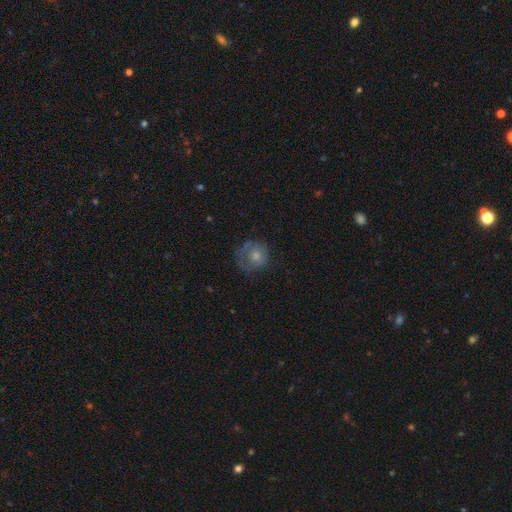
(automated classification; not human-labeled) Morphology: type=smooth (59%); roundness=round (86%); merging=none (56%).